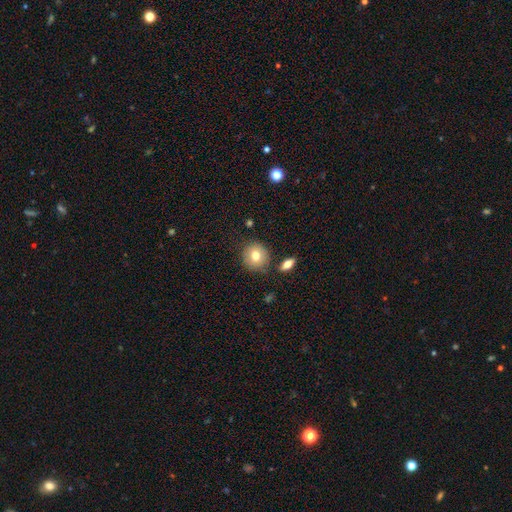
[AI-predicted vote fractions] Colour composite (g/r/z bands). It shows a smooth galaxy with no disk features (77%) that is round (89%). Merging: none (82%).